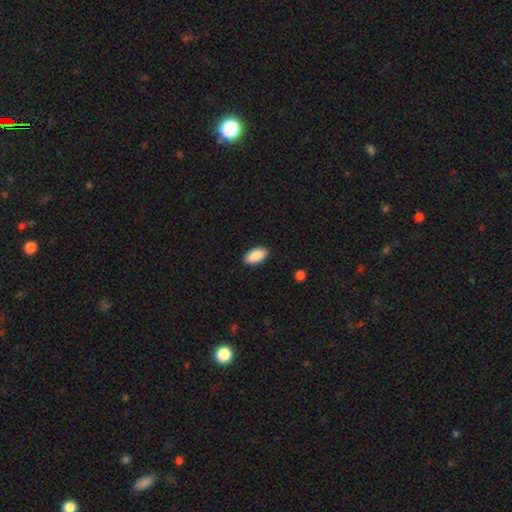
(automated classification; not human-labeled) Overall: smooth (91%). How rounded: in between (94%). Merging: none (90%).